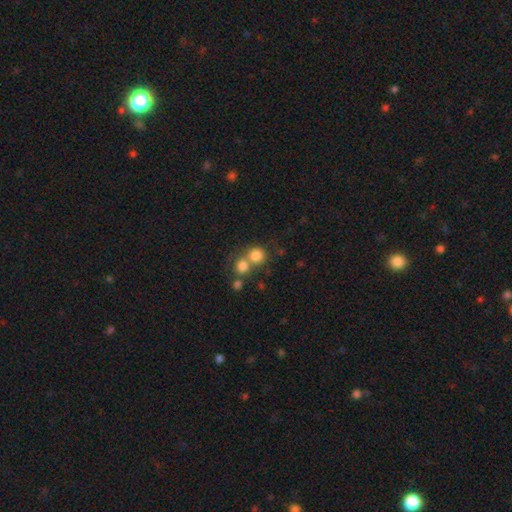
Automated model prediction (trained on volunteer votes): This is likely a smooth galaxy (78%). How rounded: clearly round (87%). Merging: possibly none (46%).